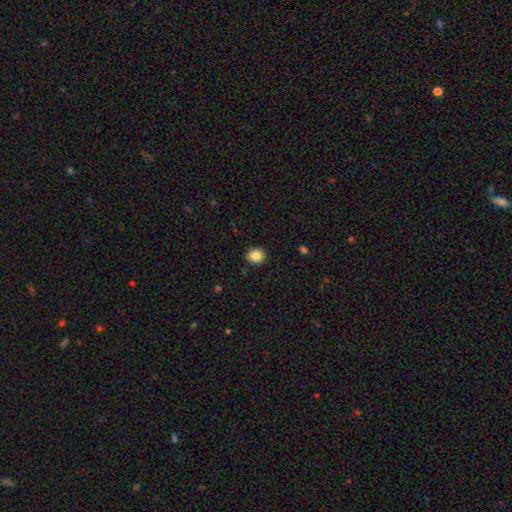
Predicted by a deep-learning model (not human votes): A smooth galaxy with no disk features (85%) that is round (66%).

Vote fractions:
- Smooth or featured? smooth: 85% / star or artifact: 9% / featured or disk: 5%
- How rounded? round: 66% / in between: 33% / cigar-shaped: 1%
- Merging? none: 90% / minor disturbance: 7% / major disturbance: 2% / merger: 1%